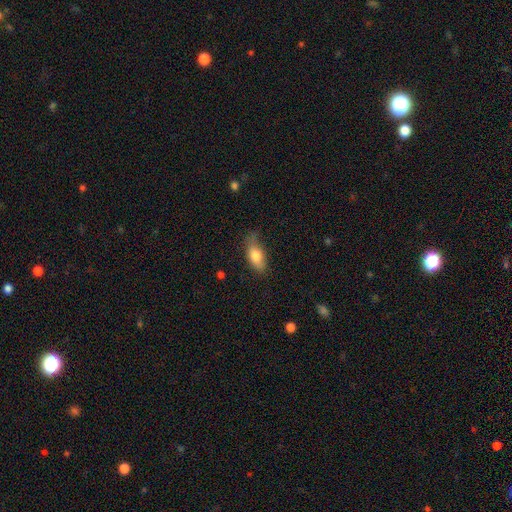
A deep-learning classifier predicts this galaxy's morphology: smooth_or_featured: smooth (p=0.76) [alt: featured or disk p=0.17]
how_rounded: in between (p=0.83) [alt: cigar-shaped p=0.13]
merging: none (p=0.56) [alt: minor disturbance p=0.33]